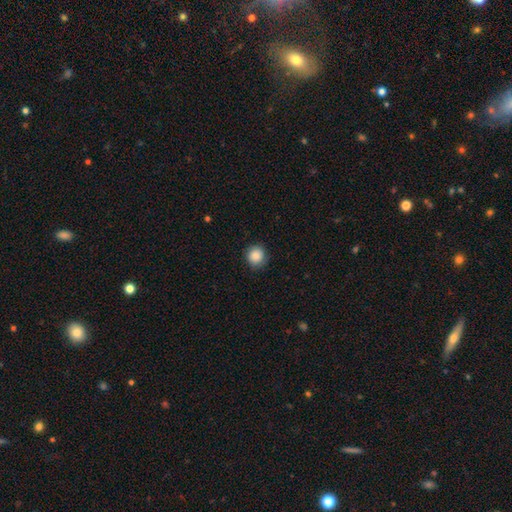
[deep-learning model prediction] smooth-or-featured: smooth: 87% | star or artifact: 8% | featured or disk: 4%
  how-rounded: round: 92% | in between: 7% | cigar-shaped: 1%
  merging: none: 84% | minor disturbance: 12% | major disturbance: 3% | merger: 1%